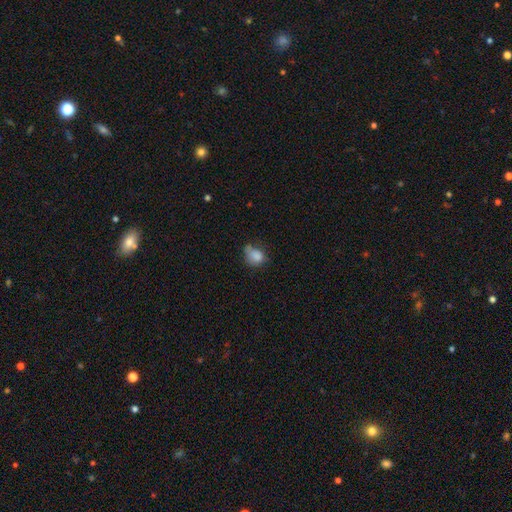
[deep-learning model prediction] A smooth galaxy with no disk features (81%) that is in between round and cigar-shaped (53%).

Vote fractions:
- Smooth or featured? smooth: 81% / star or artifact: 10% / featured or disk: 9%
- How rounded? in between: 53% / round: 46% / cigar-shaped: 1%
- Merging? minor disturbance: 38% / none: 37% / major disturbance: 19% / merger: 6%